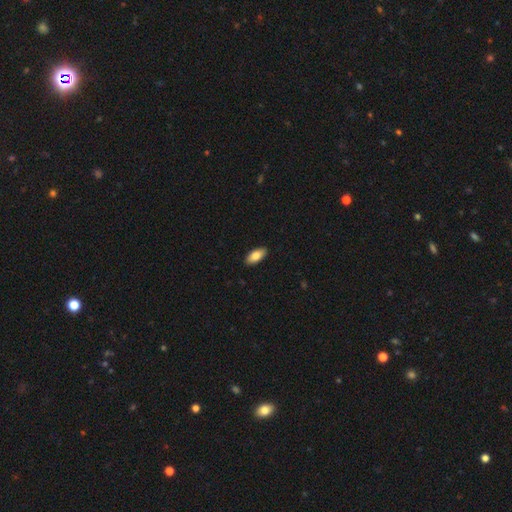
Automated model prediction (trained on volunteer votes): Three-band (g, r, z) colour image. It shows a smooth galaxy with no disk features (83%) that is in between round and cigar-shaped (91%). Merging: none (90%).